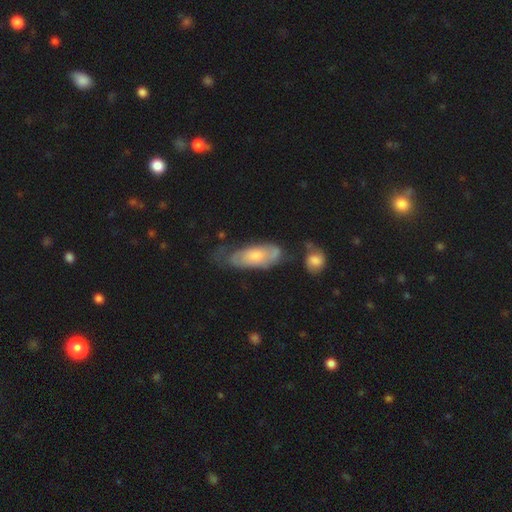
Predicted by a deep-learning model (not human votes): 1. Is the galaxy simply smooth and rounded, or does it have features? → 51% featured or disk, 43% smooth, 6% star or artifact.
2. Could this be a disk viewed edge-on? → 85% no, 15% yes.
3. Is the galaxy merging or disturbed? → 44% none, 29% minor disturbance, 16% major disturbance, 11% merger.